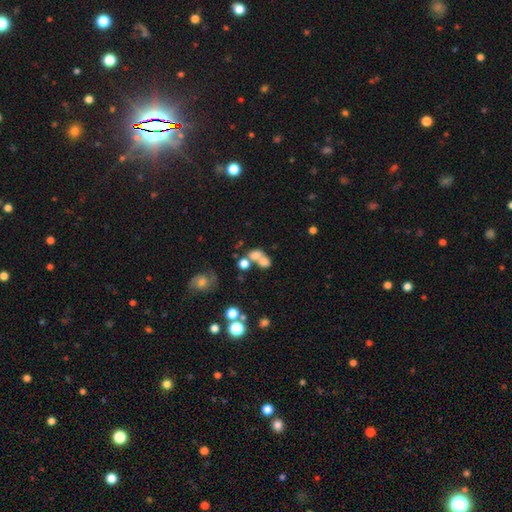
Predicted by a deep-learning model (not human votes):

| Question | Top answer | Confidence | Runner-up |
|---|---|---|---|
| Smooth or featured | smooth | 67% | featured or disk (19%) |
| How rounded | round | 54% | in between (44%) |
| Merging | merger | 57% | none (27%) |